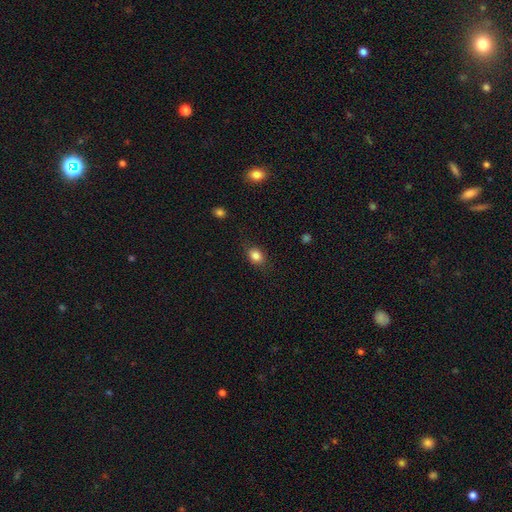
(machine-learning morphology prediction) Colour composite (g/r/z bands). It shows a smooth galaxy with no disk features (84%) that is in between round and cigar-shaped (58%). Merging: none (82%).